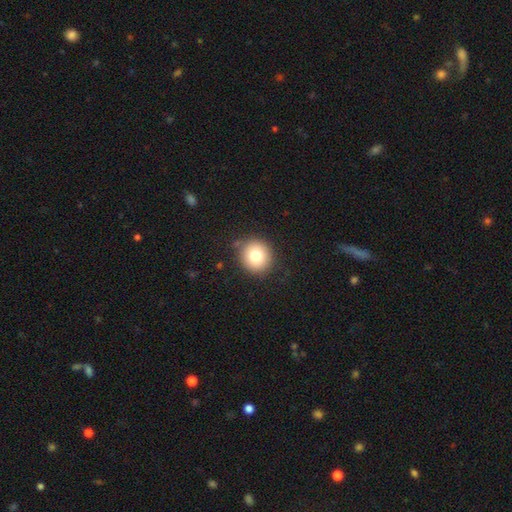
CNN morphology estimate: Q: Smooth or featured?
A: smooth (78%); runner-up: star or artifact (11%)
Q: How rounded?
A: round (90%); runner-up: in between (9%)
Q: Merging?
A: none (86%); runner-up: minor disturbance (9%)